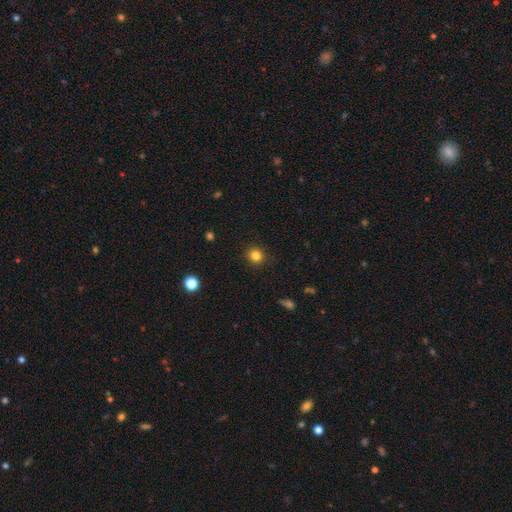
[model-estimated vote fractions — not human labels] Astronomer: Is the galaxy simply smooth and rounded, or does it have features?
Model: smooth — 83%.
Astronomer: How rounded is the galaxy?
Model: round — 90%.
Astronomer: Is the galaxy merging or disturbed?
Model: none — 91%.